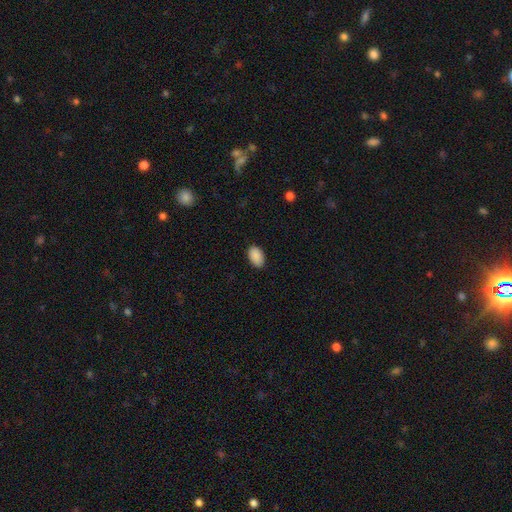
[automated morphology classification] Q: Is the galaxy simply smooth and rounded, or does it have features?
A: smooth — 90%.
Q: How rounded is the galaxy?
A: in between — 92%.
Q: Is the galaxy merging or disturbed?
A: none — 86%.